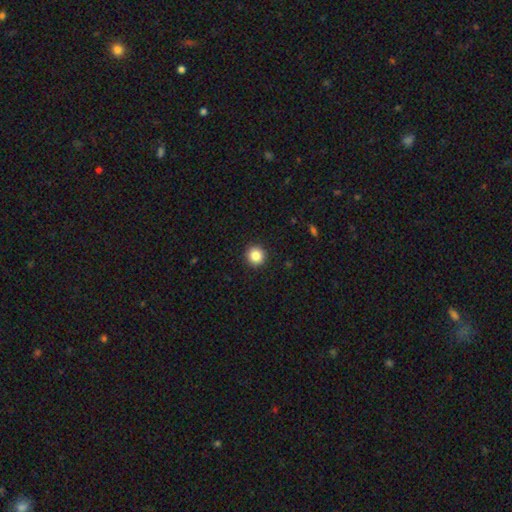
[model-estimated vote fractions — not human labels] This is clearly a smooth galaxy (86%). How rounded: clearly round (94%). Merging: clearly none (93%).